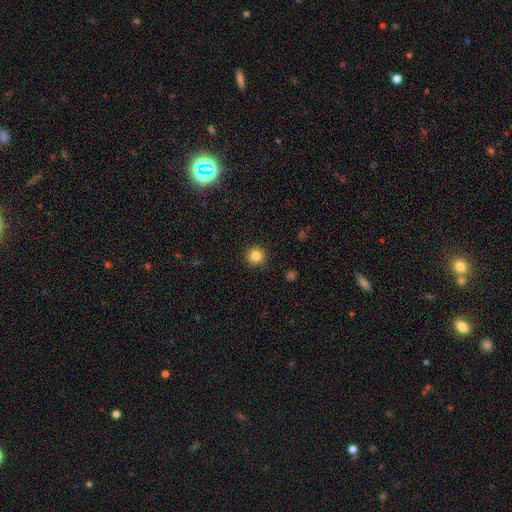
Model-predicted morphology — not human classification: type=smooth (84%); roundness=round (95%); merging=none (92%).